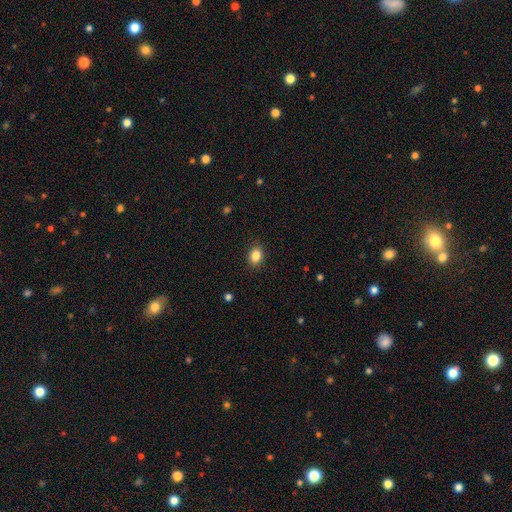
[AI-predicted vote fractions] A smooth galaxy with no disk features (85%) that is in between round and cigar-shaped (60%). Merging: none (88%).